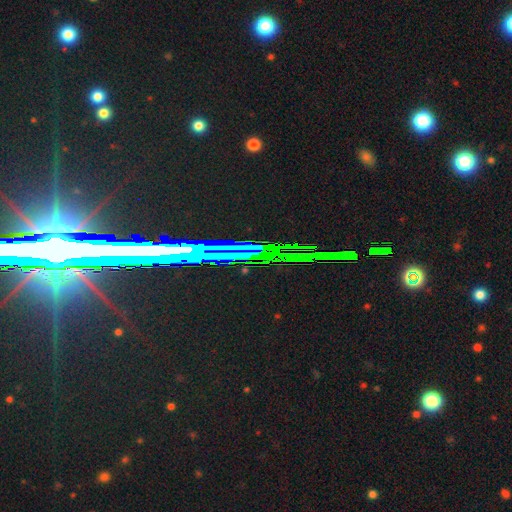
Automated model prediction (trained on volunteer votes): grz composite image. It shows a star or artifact, not a galaxy (74%).